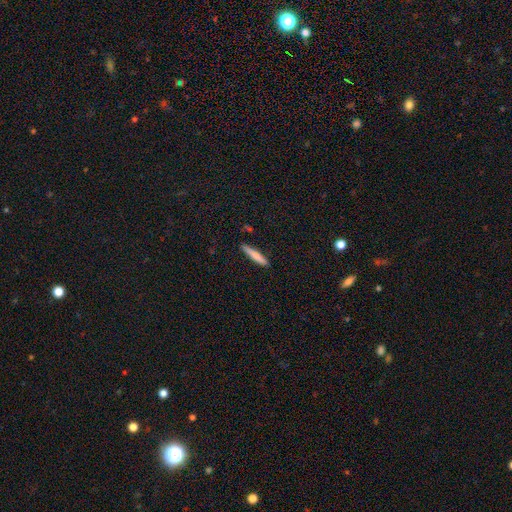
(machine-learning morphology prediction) This appears to be a smooth galaxy with no disk features (75%) that is cigar-shaped (93%). Merging: none (88%).